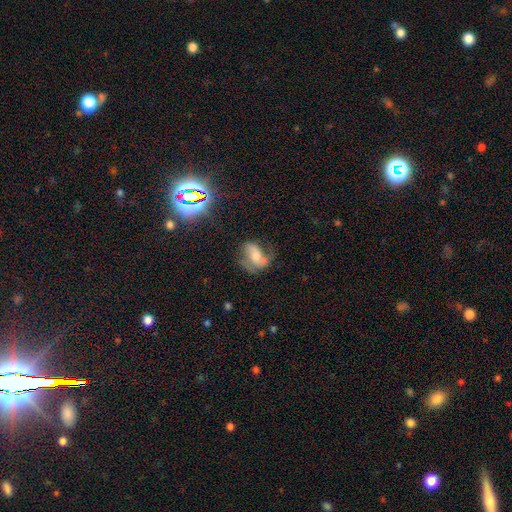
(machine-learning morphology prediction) smooth-or-featured: featured or disk: 49% | smooth: 37% | star or artifact: 15%
  merging: none: 40% | major disturbance: 28% | minor disturbance: 27% | merger: 5%